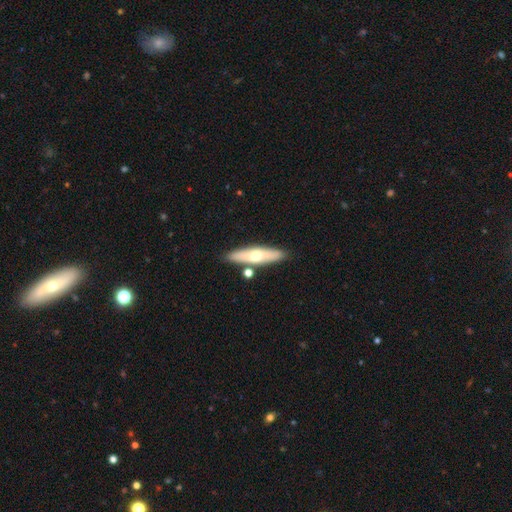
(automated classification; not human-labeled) smooth-or-featured: smooth: 49% | featured or disk: 45% | star or artifact: 6%
  merging: none: 81% | minor disturbance: 9% | merger: 7% | major disturbance: 2%